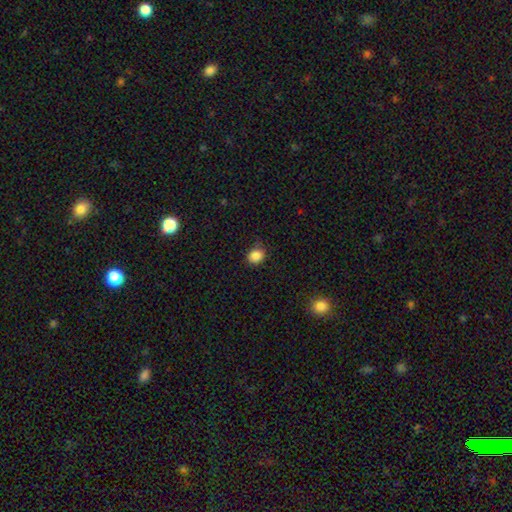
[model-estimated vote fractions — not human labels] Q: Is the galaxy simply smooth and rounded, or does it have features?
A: smooth — 86%.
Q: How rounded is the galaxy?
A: round — 64%.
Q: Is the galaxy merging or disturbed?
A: none — 76%.